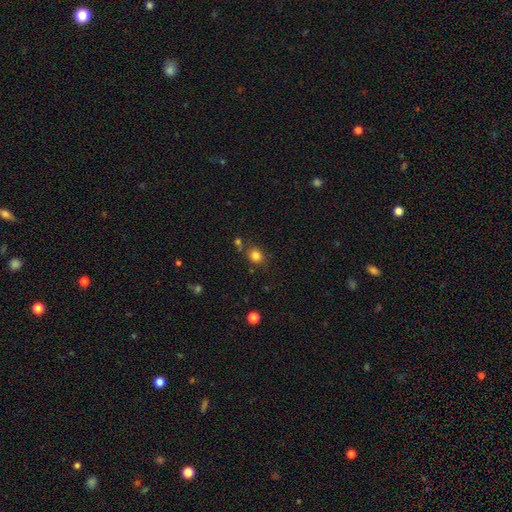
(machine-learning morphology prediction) Smooth or featured?
  - smooth: 82% *
  - star or artifact: 13%
  - featured or disk: 6%
How rounded?
  - round: 73% *
  - in between: 26%
  - cigar-shaped: 1%
Merging?
  - none: 74% *
  - minor disturbance: 13%
  - merger: 10%
  - major disturbance: 4%